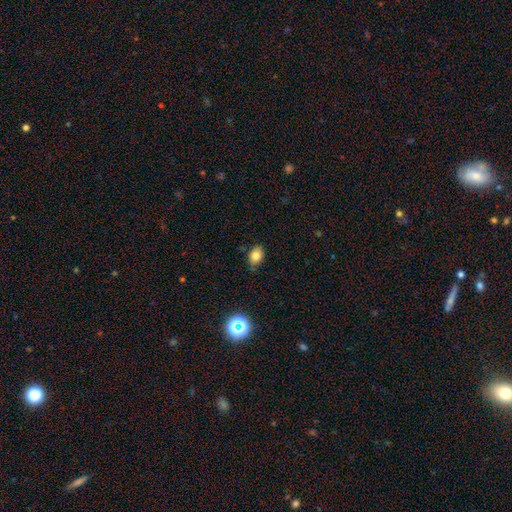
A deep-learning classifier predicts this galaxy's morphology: This is likely a smooth galaxy (80%). How rounded: likely in between (74%). Merging: clearly none (81%).